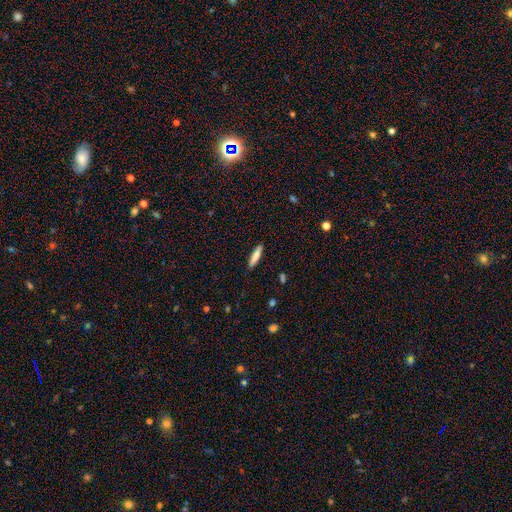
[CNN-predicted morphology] Smooth or featured? Predicted: smooth (p=0.81). How rounded? Predicted: cigar-shaped (p=0.82). Merging? Predicted: none (p=0.89).